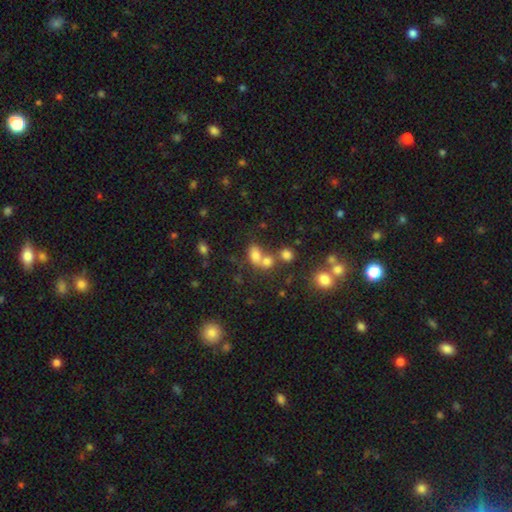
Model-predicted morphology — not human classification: Smooth or featured? Predicted: smooth (p=0.71). How rounded? Predicted: in between (p=0.69). Merging? Predicted: merger (p=0.50).